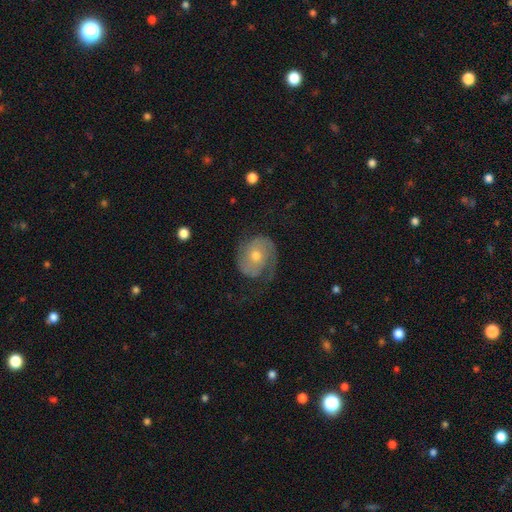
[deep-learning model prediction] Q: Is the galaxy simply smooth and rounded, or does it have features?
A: featured or disk — 80%.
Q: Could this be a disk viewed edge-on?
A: no — 98%.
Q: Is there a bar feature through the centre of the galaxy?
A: no — 74%.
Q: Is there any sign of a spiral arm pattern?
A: yes — 94%.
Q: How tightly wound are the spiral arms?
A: tight — 42%.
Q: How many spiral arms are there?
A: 2 — 66%.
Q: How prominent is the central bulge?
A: moderate — 61%.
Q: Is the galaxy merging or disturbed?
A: none — 64%.